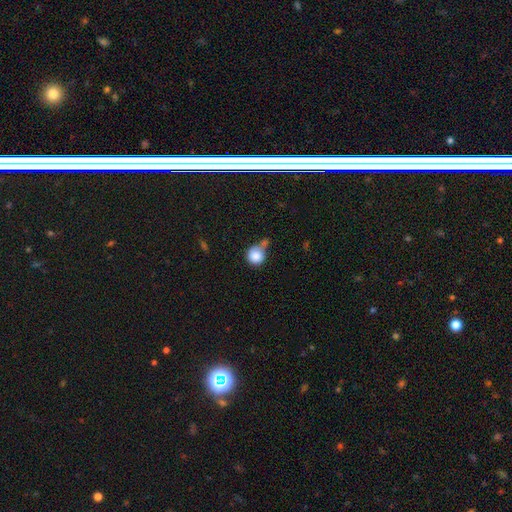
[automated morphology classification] smooth 85%, star or artifact 8%, featured or disk 7%. Down the decision tree: how rounded — round (90%); merging — none (37%).